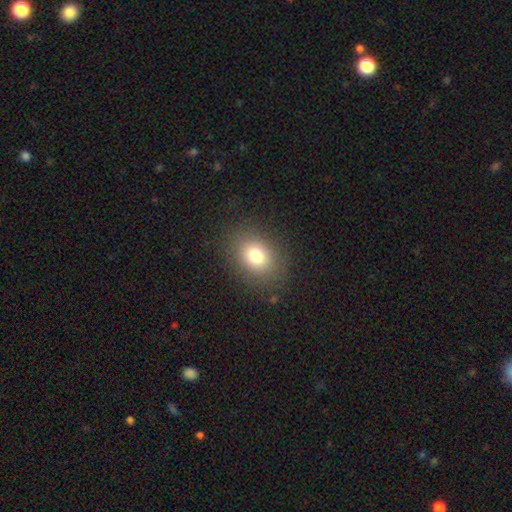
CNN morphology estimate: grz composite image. It shows a smooth galaxy with no disk features (77%) that is in between round and cigar-shaped (50%). Merging: none (85%).